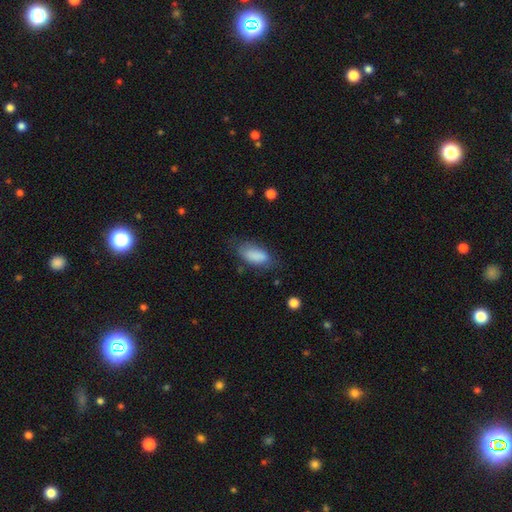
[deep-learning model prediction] Q: Smooth or featured?
A: smooth (85%); runner-up: featured or disk (7%)
Q: How rounded?
A: in between (88%); runner-up: cigar-shaped (9%)
Q: Merging?
A: none (65%); runner-up: minor disturbance (24%)